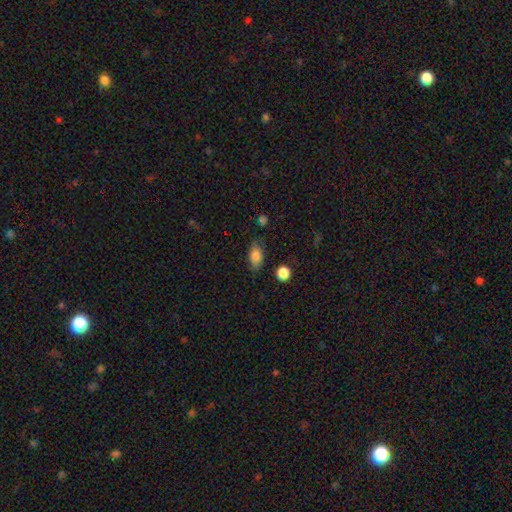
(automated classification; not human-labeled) smooth 80%, featured or disk 11%, star or artifact 9%. Down the decision tree: how rounded — in between (88%); merging — none (75%).